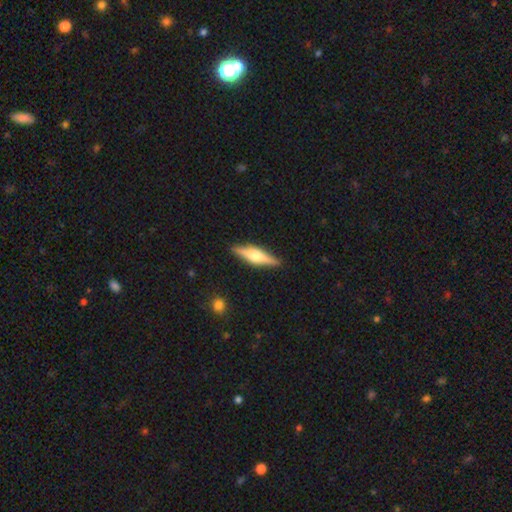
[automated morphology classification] Smooth or featured? featured or disk (66%)
Edge-on disk? yes (97%)
Edge-on bulge? rounded (90%)
Merging? none (90%)